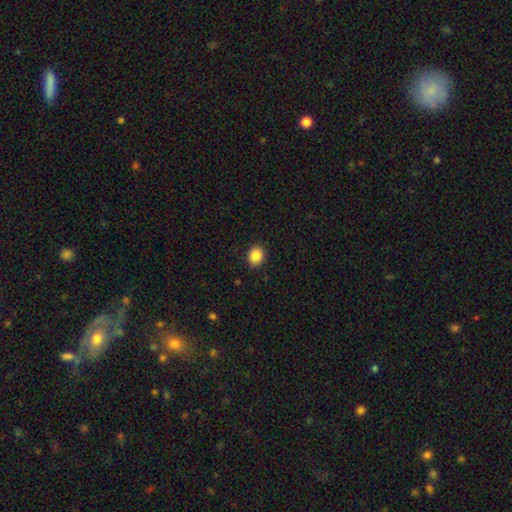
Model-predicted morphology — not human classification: The model was most divided on "how rounded": round: 63%, in between: 36%, cigar-shaped: 1%. More confident: merging — none (90%); smooth or featured — smooth (87%).